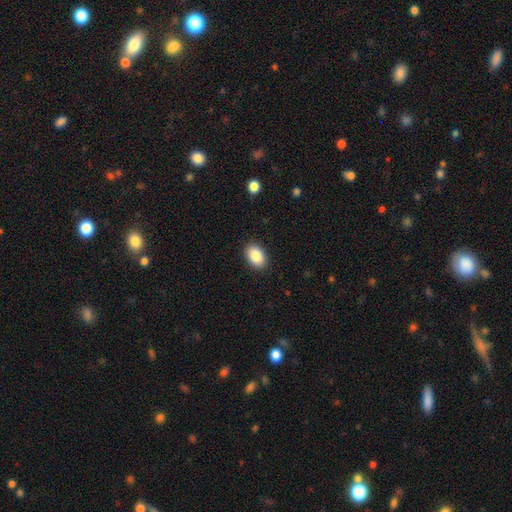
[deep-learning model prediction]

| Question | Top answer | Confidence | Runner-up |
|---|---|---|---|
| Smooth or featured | smooth | 88% | star or artifact (7%) |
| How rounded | in between | 88% | round (10%) |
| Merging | none | 90% | minor disturbance (8%) |